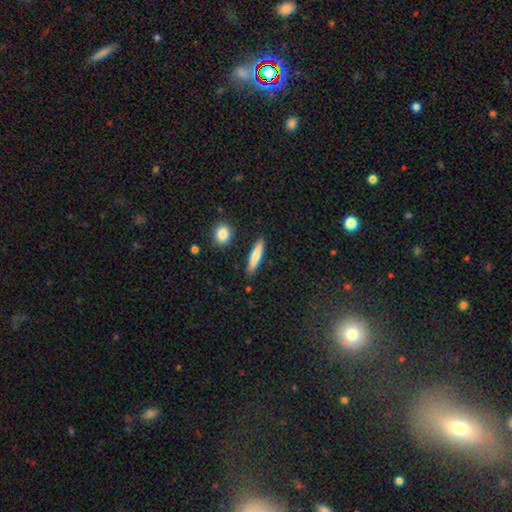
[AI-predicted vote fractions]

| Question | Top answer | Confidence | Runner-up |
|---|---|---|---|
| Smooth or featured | smooth | 75% | featured or disk (19%) |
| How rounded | cigar-shaped | 84% | in between (13%) |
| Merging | none | 88% | minor disturbance (8%) |